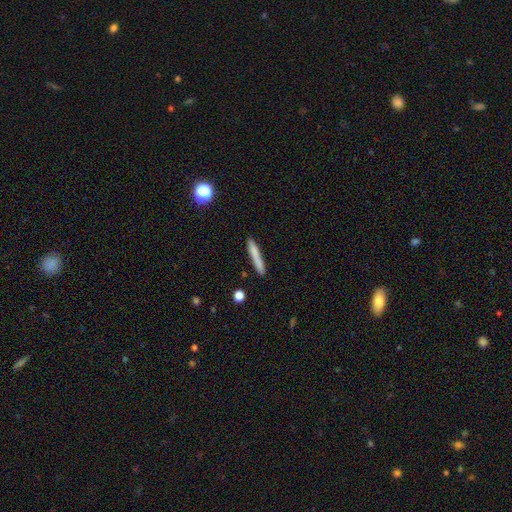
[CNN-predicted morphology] This is likely a smooth galaxy (77%). How rounded: clearly cigar-shaped (95%). Merging: clearly none (87%).